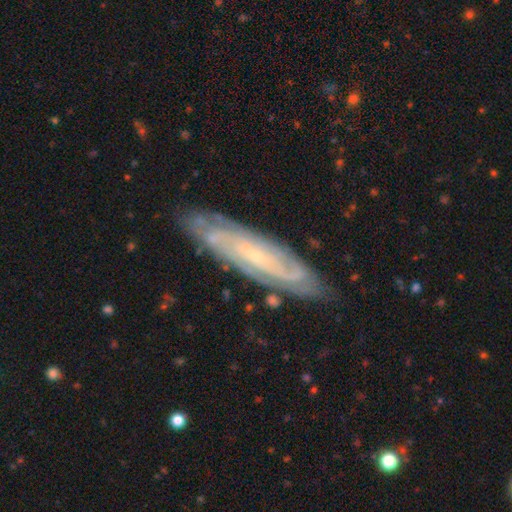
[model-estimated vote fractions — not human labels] A featured or disk galaxy (79%) with no bar (62%), tight (67%) spiral arms (94%) and a small central bulge (82%). Merging: none (82%).